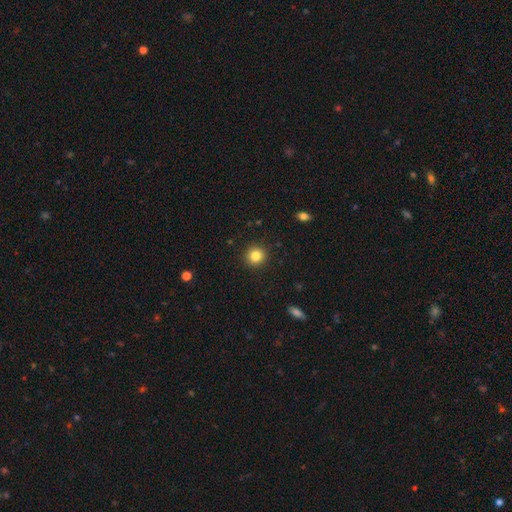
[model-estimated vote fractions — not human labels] Smooth or featured? Predicted: smooth (p=0.84). How rounded? Predicted: round (p=0.93). Merging? Predicted: none (p=0.92).